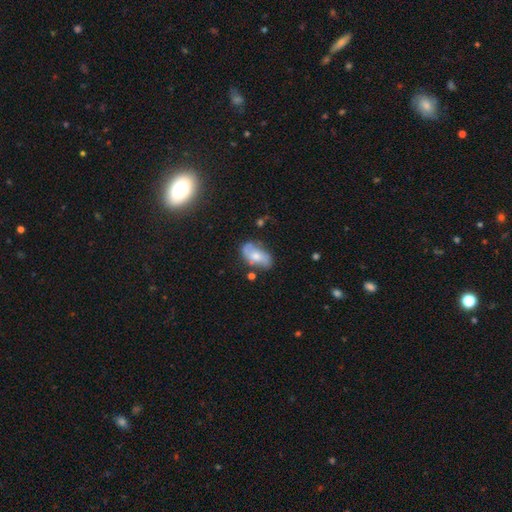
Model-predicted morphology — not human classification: smooth-or-featured: featured or disk: 51% | smooth: 41% | star or artifact: 8%
  disk-edge-on: no: 93% | yes: 7%
  merging: none: 62% | minor disturbance: 24% | major disturbance: 8% | merger: 6%